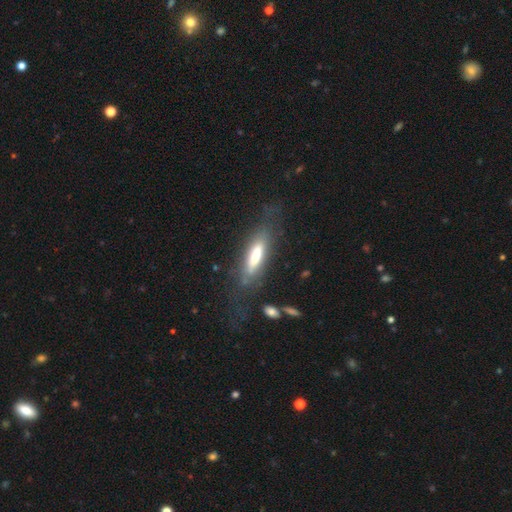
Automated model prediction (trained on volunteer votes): Overall: smooth (58%; featured or disk 35%). How rounded: cigar-shaped (59%; in between 40%). Merging: none (66%).